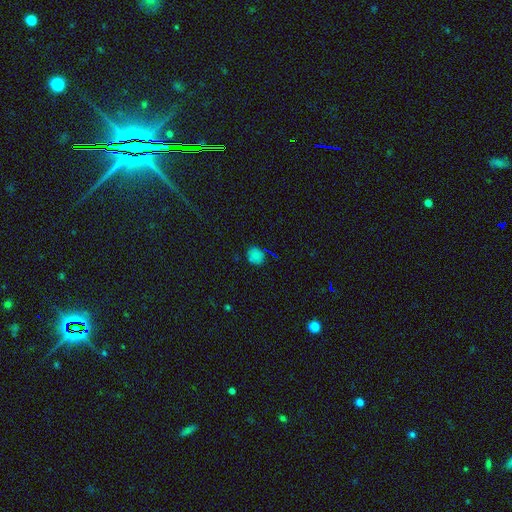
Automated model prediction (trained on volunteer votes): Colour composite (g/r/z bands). It shows a smooth galaxy with no disk features (71%) that is round (77%). Merging: none (83%).